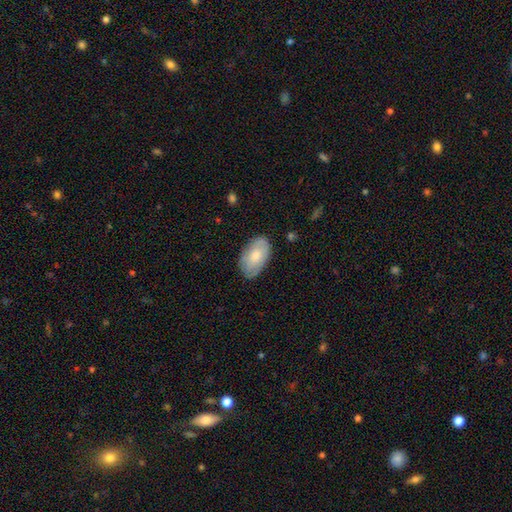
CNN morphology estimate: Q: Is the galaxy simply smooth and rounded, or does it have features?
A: smooth — 68%.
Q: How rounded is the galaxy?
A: in between — 94%.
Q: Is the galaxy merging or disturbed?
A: none — 79%.